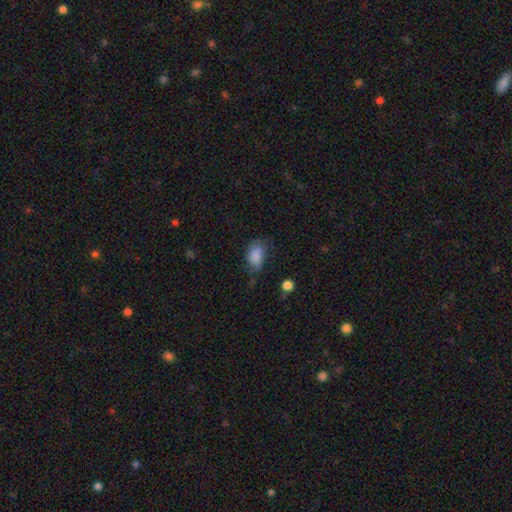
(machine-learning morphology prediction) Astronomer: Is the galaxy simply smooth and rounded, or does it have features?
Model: smooth — 82%.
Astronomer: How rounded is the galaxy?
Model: in between — 89%.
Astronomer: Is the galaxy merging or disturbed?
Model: none — 45% (runner-up: minor disturbance, 35%).